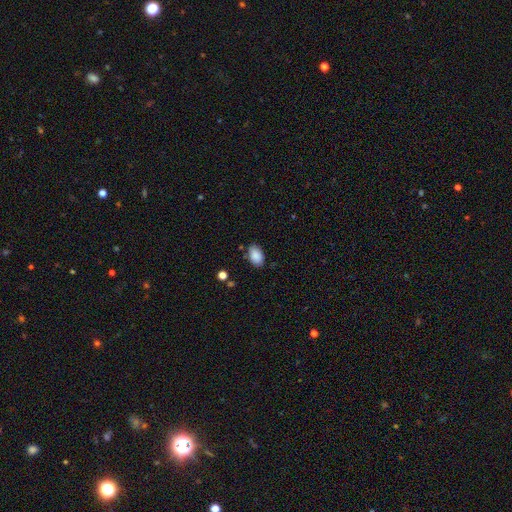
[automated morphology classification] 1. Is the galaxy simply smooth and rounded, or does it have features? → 89% smooth, 7% star or artifact, 4% featured or disk.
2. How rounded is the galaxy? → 90% in between, 9% round, 1% cigar-shaped.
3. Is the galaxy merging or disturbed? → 82% none, 13% minor disturbance, 3% major disturbance, 2% merger.